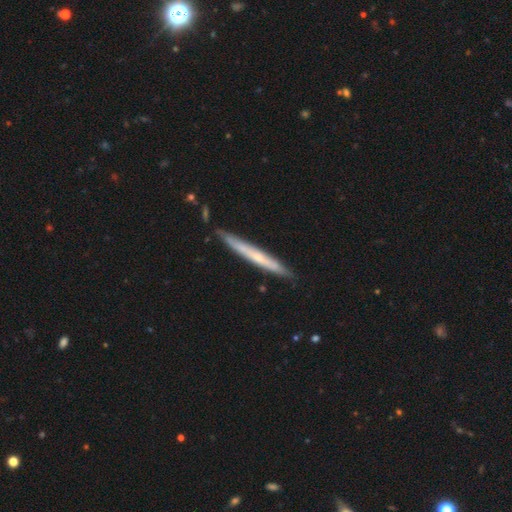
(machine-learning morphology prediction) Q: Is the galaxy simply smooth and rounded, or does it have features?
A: featured or disk — 54%.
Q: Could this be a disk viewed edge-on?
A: yes — 92%.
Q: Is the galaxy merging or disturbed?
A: none — 83%.